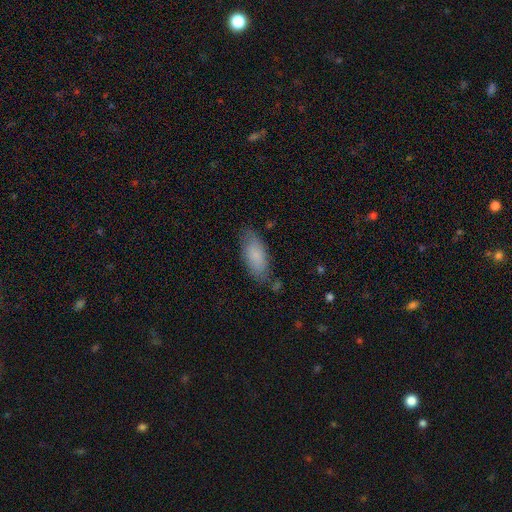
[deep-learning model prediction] Smooth or featured: smooth — 80% (featured or disk — 14%)
How rounded: in between — 82% (cigar-shaped — 16%)
Merging: none — 73% (minor disturbance — 20%)